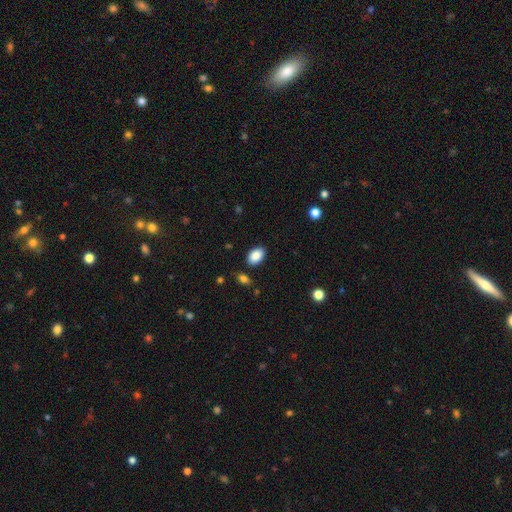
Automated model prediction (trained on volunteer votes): Overall: smooth (88%). How rounded: in between (89%). Merging: none (85%).